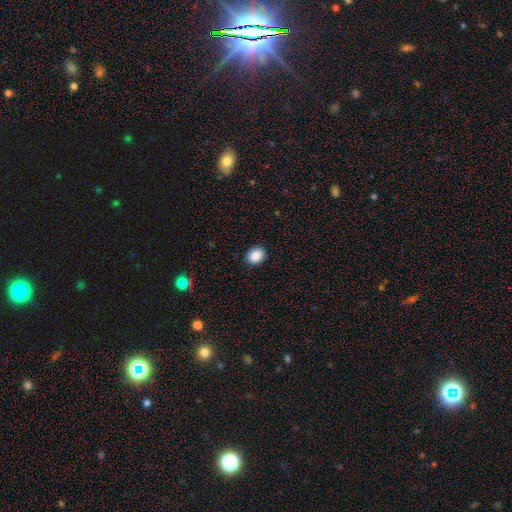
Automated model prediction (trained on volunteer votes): Overall: smooth (88%). How rounded: round (56%; in between 43%). Merging: none (90%).